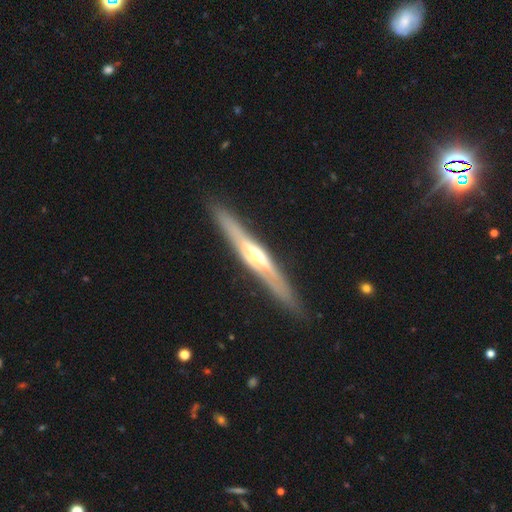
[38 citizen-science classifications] featured or disk 89%, smooth 8%, star or artifact 3%. Down the decision tree: edge-on disk — yes (100%); edge-on bulge — rounded (74%); merging — none (86%).